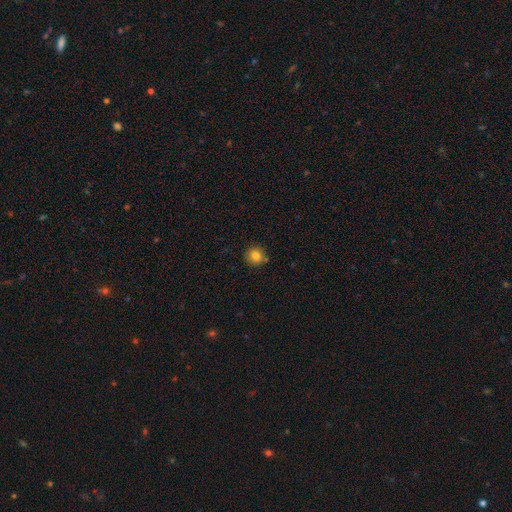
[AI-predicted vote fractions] smooth_or_featured: smooth (p=0.82) [alt: star or artifact p=0.11]
how_rounded: round (p=0.89) [alt: in between p=0.10]
merging: none (p=0.82) [alt: minor disturbance p=0.11]